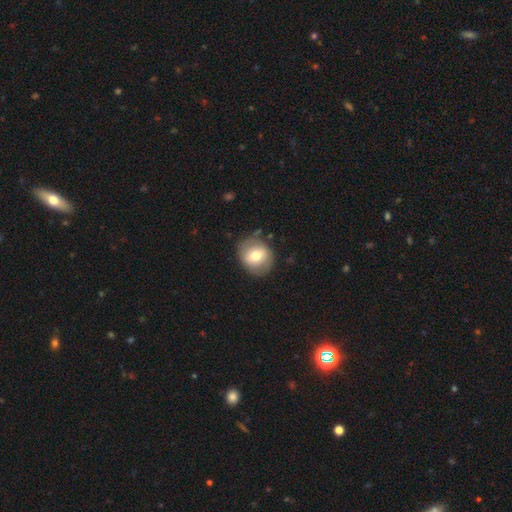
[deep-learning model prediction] The model was most divided on "smooth or featured": smooth: 65%, featured or disk: 28%, star or artifact: 8%. More confident: merging — none (76%); how rounded — round (70%).